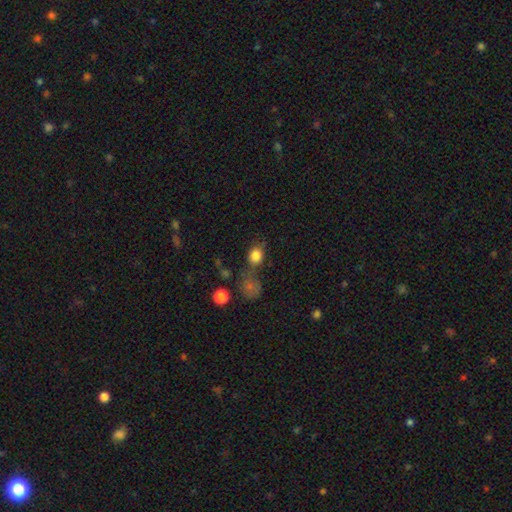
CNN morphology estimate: Smooth or featured: smooth — 80% (star or artifact — 11%)
How rounded: round — 62% (in between — 36%)
Merging: none — 52% (merger — 18%)